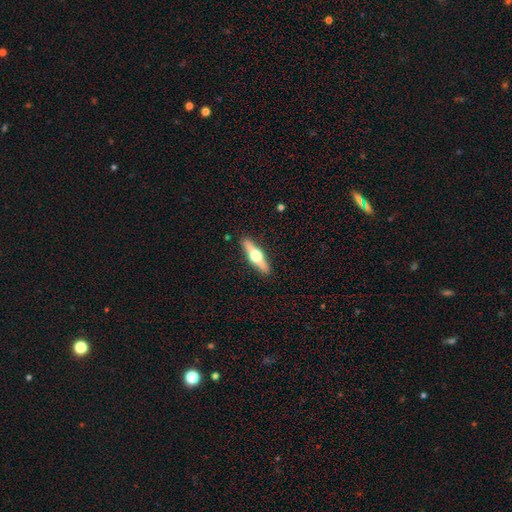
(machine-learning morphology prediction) Q: Smooth or featured?
A: featured or disk (67%); runner-up: smooth (28%)
Q: Edge-on disk?
A: yes (96%); runner-up: no (4%)
Q: Edge-on bulge?
A: rounded (97%); runner-up: boxy (2%)
Q: Merging?
A: none (91%); runner-up: minor disturbance (7%)